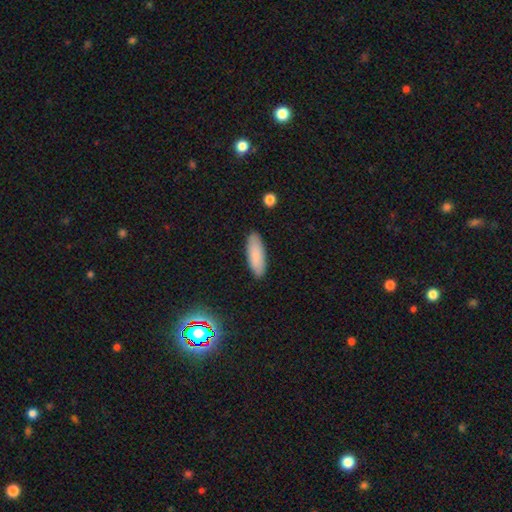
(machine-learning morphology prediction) Smooth or featured?
  - smooth: 85% *
  - featured or disk: 8%
  - star or artifact: 7%
How rounded?
  - in between: 57% *
  - cigar-shaped: 41%
  - round: 2%
Merging?
  - none: 88% *
  - minor disturbance: 9%
  - major disturbance: 2%
  - merger: 1%